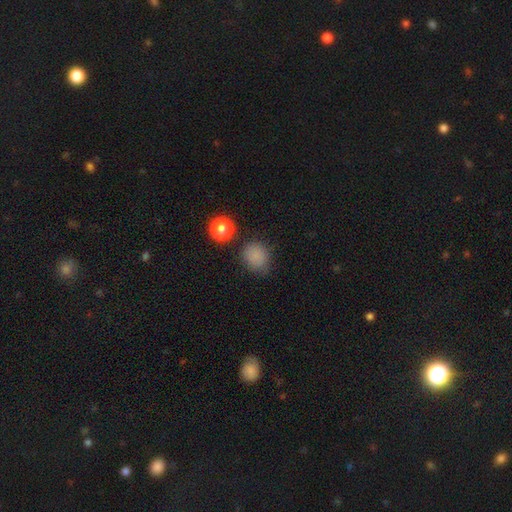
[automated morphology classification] The model was most divided on "how rounded": round: 78%, in between: 21%, cigar-shaped: 1%. More confident: smooth or featured — smooth (80%); merging — none (77%).